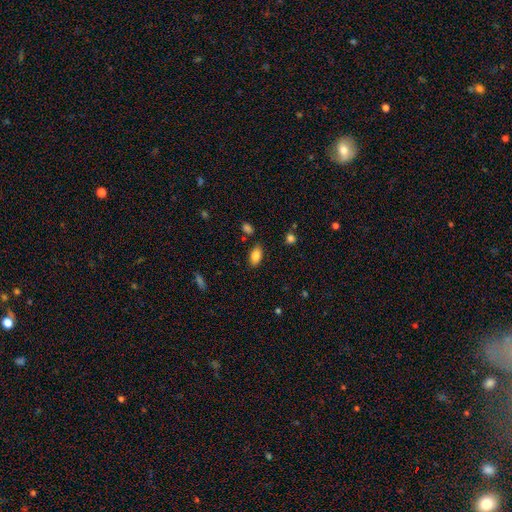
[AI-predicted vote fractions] smooth-or-featured: smooth: 85% | star or artifact: 8% | featured or disk: 7%
  how-rounded: in between: 92% | round: 5% | cigar-shaped: 3%
  merging: none: 83% | minor disturbance: 12% | merger: 3% | major disturbance: 3%